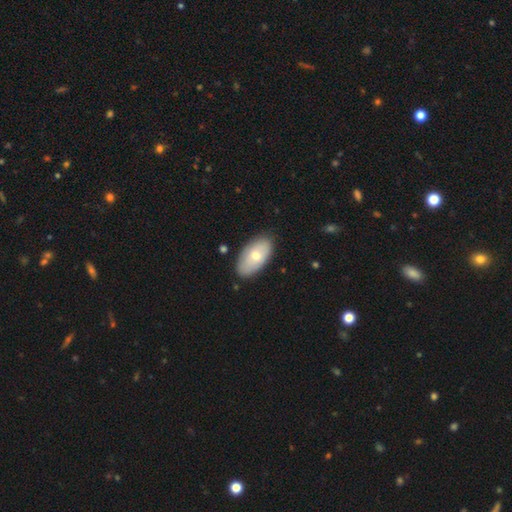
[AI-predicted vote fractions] Smooth or featured?
  - smooth: 68% *
  - featured or disk: 27%
  - star or artifact: 6%
How rounded?
  - in between: 94% *
  - round: 4%
  - cigar-shaped: 2%
Merging?
  - none: 82% *
  - minor disturbance: 14%
  - major disturbance: 3%
  - merger: 2%